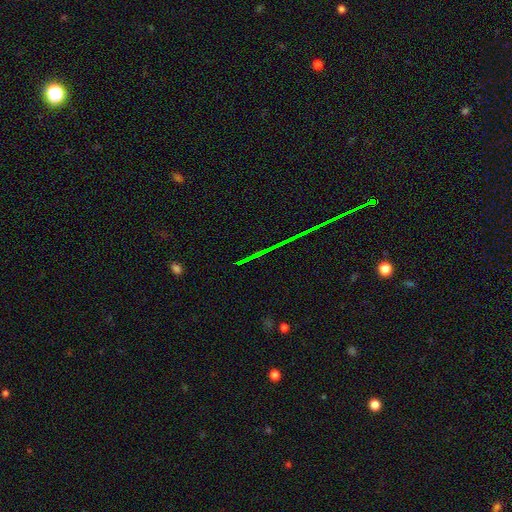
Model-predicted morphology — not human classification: This is likely a star or artifact rather than a galaxy (73%).